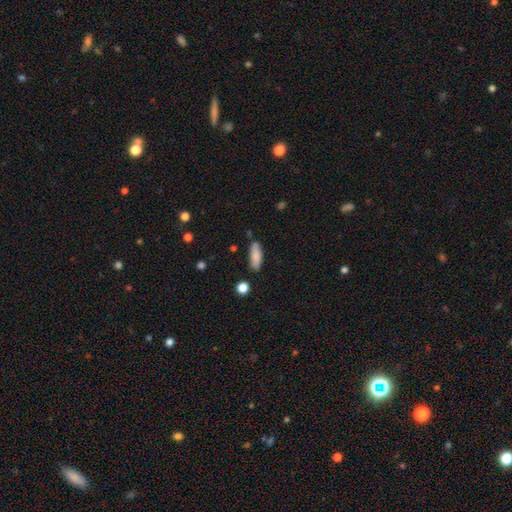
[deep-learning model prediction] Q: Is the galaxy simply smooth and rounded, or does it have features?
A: smooth — 84%.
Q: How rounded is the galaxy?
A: in between — 61%.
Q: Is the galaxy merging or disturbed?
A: none — 78%.